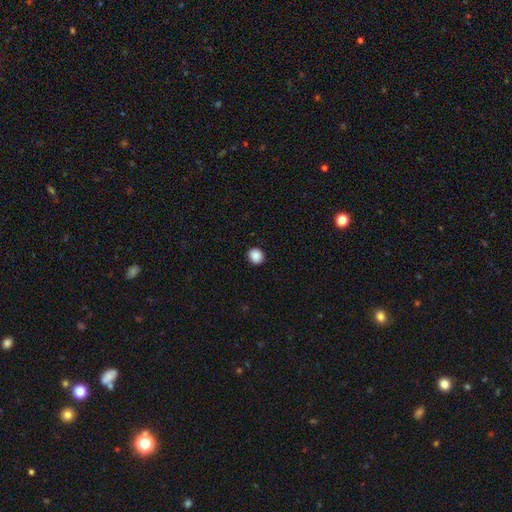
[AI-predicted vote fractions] Smooth or featured? smooth (89%)
How rounded? round (82%)
Merging? none (92%)